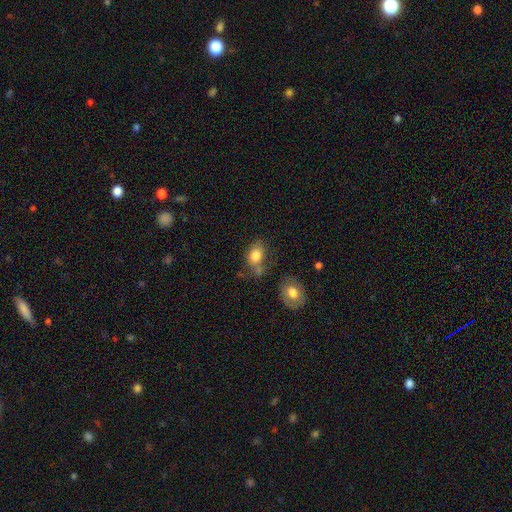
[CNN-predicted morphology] Smooth or featured? smooth (80%)
How rounded? in between (74%)
Merging? none (48%)